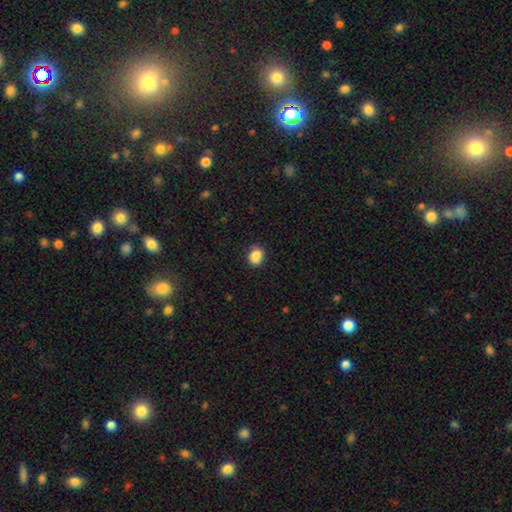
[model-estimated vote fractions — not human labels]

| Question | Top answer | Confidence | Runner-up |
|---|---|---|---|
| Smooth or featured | smooth | 84% | star or artifact (9%) |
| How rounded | round | 51% | in between (48%) |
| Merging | none | 78% | minor disturbance (18%) |